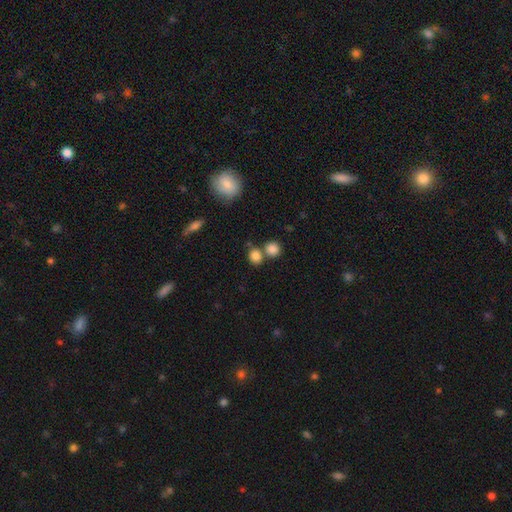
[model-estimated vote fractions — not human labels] Morphology: type=smooth (84%); roundness=round (75%); merging=none (57%).